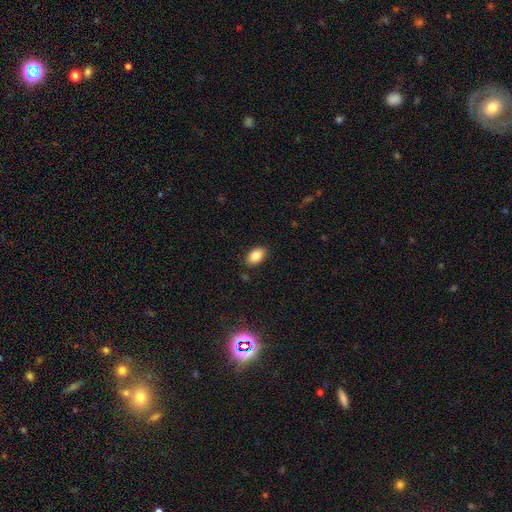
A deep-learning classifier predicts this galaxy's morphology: Smooth or featured? Predicted: smooth (p=0.86). How rounded? Predicted: in between (p=0.93). Merging? Predicted: none (p=0.87).